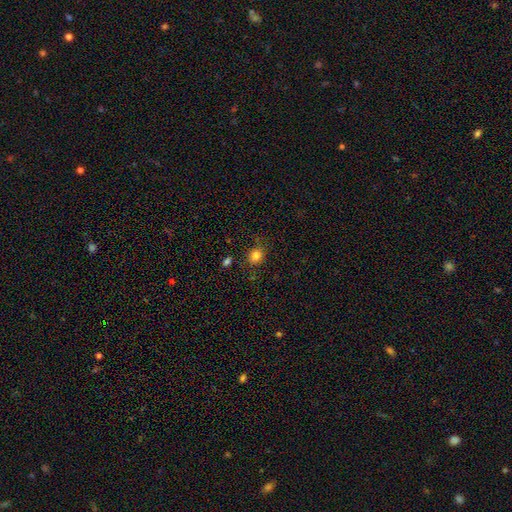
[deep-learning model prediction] Smooth or featured? smooth (83%)
How rounded? round (76%)
Merging? none (81%)